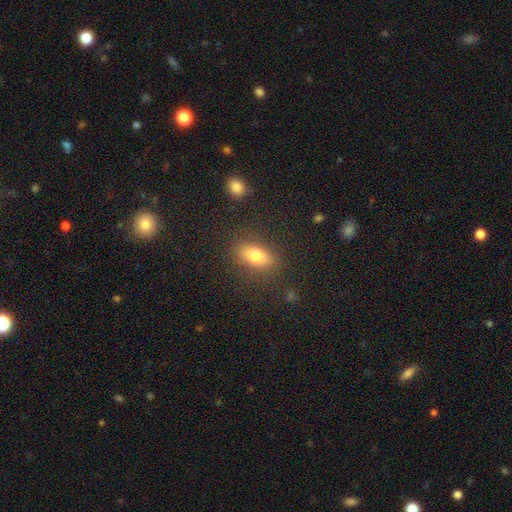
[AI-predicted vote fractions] smooth 76%, featured or disk 15%, star or artifact 10%. Down the decision tree: how rounded — in between (82%); merging — none (85%).